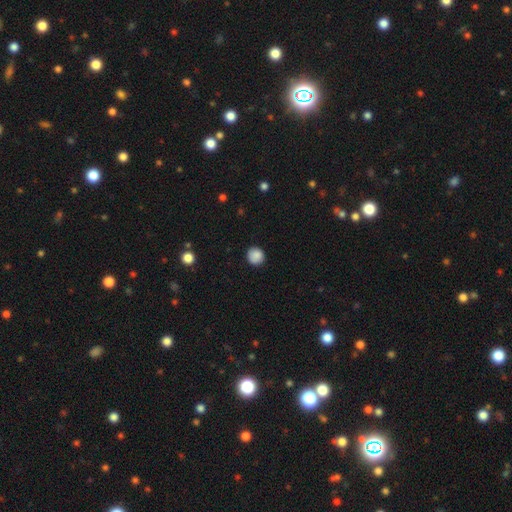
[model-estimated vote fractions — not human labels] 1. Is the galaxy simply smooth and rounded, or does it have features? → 88% smooth, 9% star or artifact, 4% featured or disk.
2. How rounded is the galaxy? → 92% round, 7% in between, 1% cigar-shaped.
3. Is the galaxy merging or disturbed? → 88% none, 9% minor disturbance, 2% major disturbance, 1% merger.